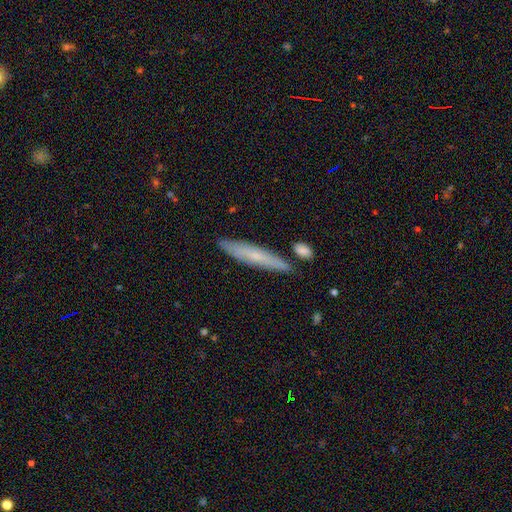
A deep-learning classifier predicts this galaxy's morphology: A smooth galaxy with no disk features (56%) that is cigar-shaped (91%). Merging: none (81%).